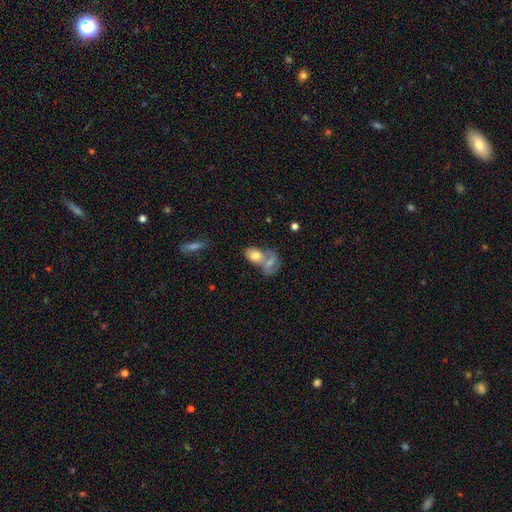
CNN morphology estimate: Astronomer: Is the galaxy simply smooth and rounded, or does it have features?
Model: smooth — 72%.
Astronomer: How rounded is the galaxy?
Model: in between — 79%.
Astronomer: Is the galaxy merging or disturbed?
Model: merger — 65%.